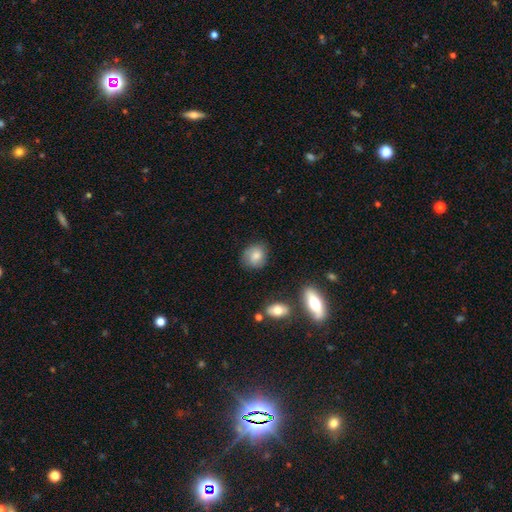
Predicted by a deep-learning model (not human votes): Overall: smooth (79%). How rounded: round (69%). Merging: none (77%).